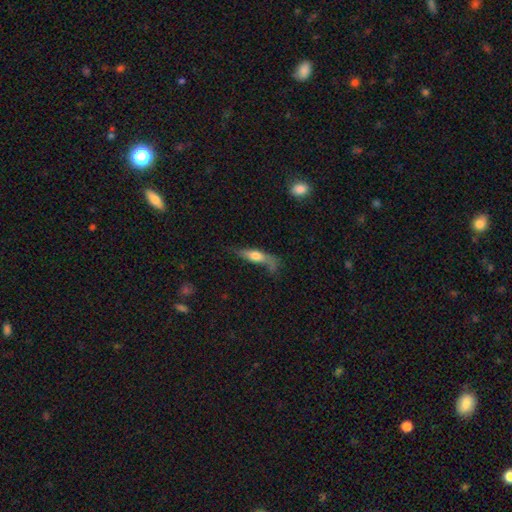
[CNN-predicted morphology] smooth 55%, featured or disk 38%, star or artifact 7%. Down the decision tree: how rounded — cigar-shaped (58%); merging — none (40%).